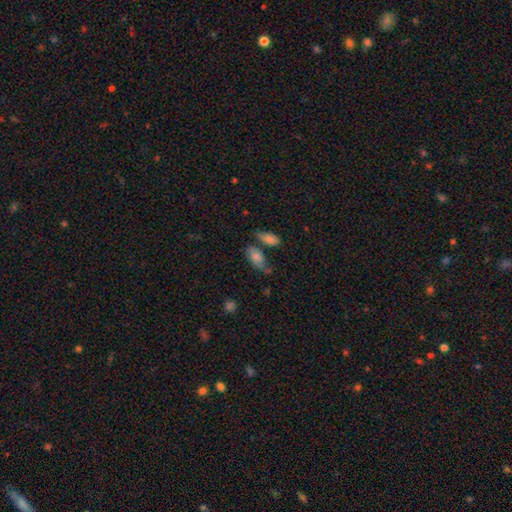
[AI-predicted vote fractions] Smooth or featured? smooth (70%)
How rounded? in between (90%)
Merging? none (49%)